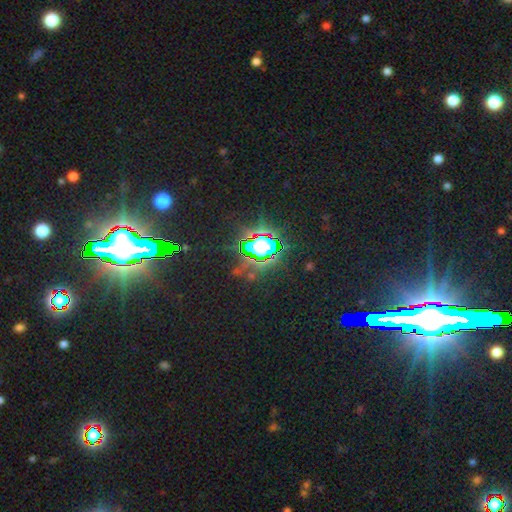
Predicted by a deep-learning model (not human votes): Morphology: type=star or artifact (80%).